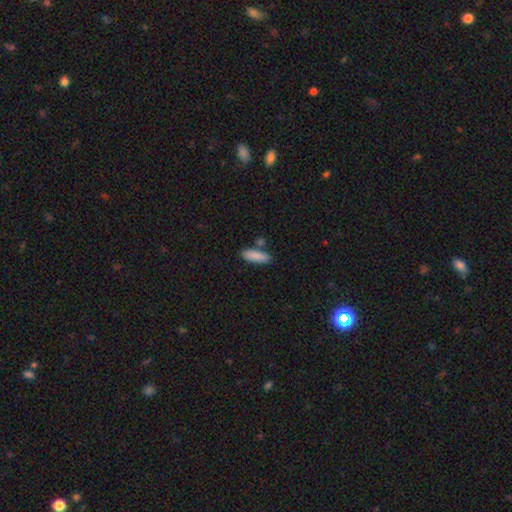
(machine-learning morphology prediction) Overall: smooth (88%). How rounded: in between (54%; cigar-shaped 44%). Merging: none (77%).